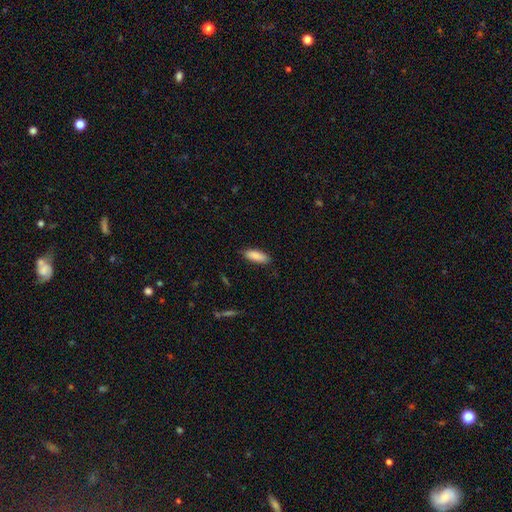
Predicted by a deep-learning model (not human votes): Smooth or featured?
  - smooth: 90% *
  - star or artifact: 6%
  - featured or disk: 4%
How rounded?
  - in between: 66% *
  - cigar-shaped: 32%
  - round: 2%
Merging?
  - none: 87% *
  - minor disturbance: 10%
  - major disturbance: 2%
  - merger: 1%